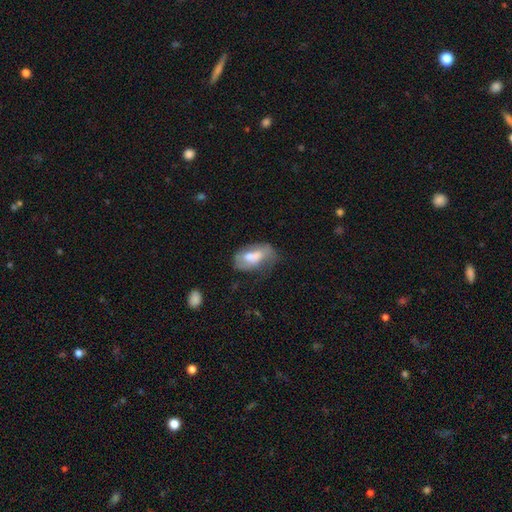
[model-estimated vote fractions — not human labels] Overall: smooth (61%; featured or disk 31%). How rounded: in between (90%). Merging: minor disturbance (32%; none 31%).